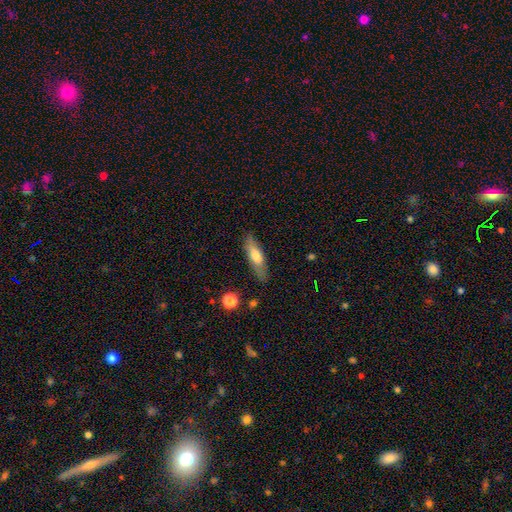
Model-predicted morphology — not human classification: A smooth galaxy with no disk features (63%) that is cigar-shaped (56%). Merging: none (81%).